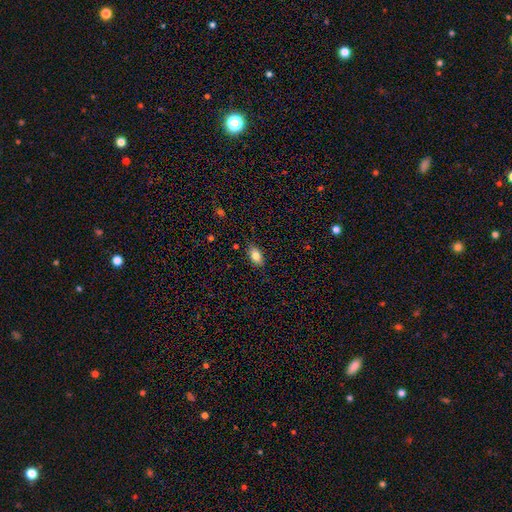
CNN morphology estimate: Smooth or featured?
  - smooth: 81% *
  - featured or disk: 11%
  - star or artifact: 8%
How rounded?
  - in between: 88% *
  - round: 8%
  - cigar-shaped: 5%
Merging?
  - none: 81% *
  - minor disturbance: 15%
  - major disturbance: 3%
  - merger: 1%